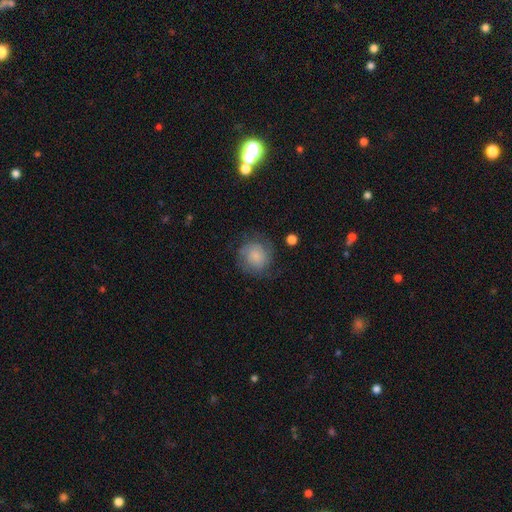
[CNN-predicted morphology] Smooth or featured: smooth — 54% (featured or disk — 37%)
How rounded: round — 88% (in between — 11%)
Merging: none — 70% (minor disturbance — 18%)